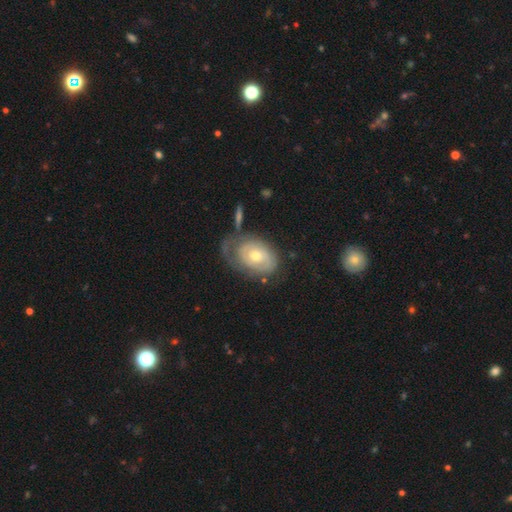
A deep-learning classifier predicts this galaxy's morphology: featured or disk 67%, smooth 28%, star or artifact 6%. Down the decision tree: edge-on disk — no (94%); bar — no (77%); spiral arms — yes (73%); bulge size — moderate (60%); merging — none (45%).